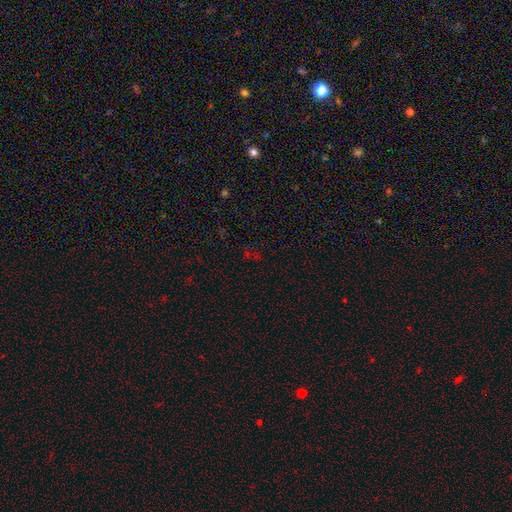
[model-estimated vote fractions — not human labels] Overall: star or artifact (63%; smooth 29%).